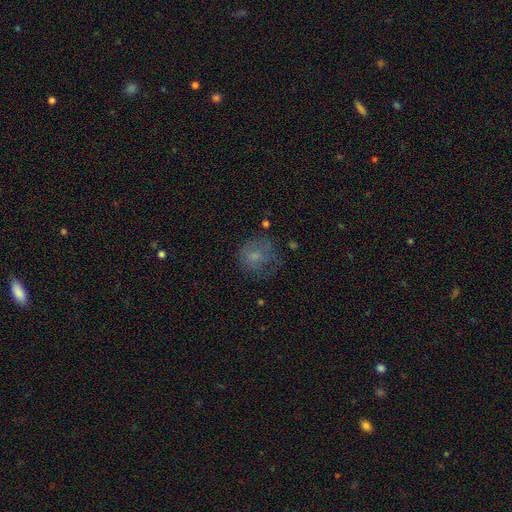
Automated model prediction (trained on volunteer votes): Morphology: type=smooth (64%); roundness=round (76%); merging=none (52%).